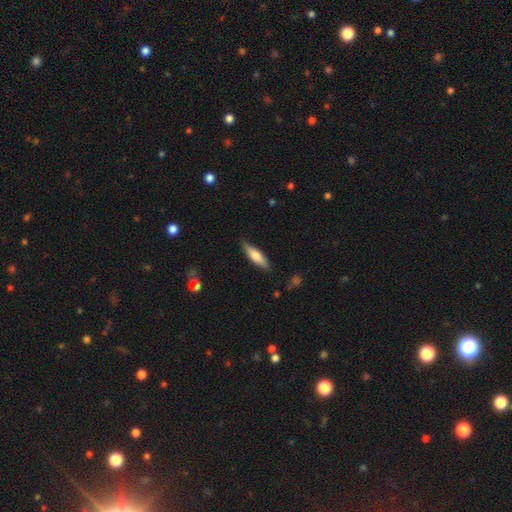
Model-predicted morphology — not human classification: Q: Smooth or featured?
A: smooth (65%); runner-up: featured or disk (29%)
Q: How rounded?
A: cigar-shaped (61%); runner-up: in between (37%)
Q: Merging?
A: none (82%); runner-up: minor disturbance (14%)